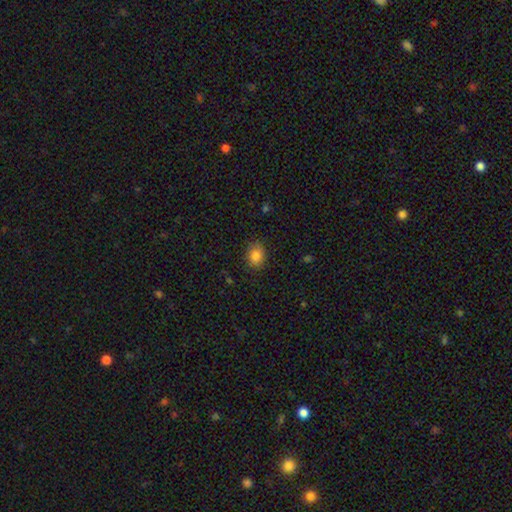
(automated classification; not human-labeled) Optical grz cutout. It shows a smooth galaxy with no disk features (84%) that is in between round and cigar-shaped (50%). Merging: none (85%).